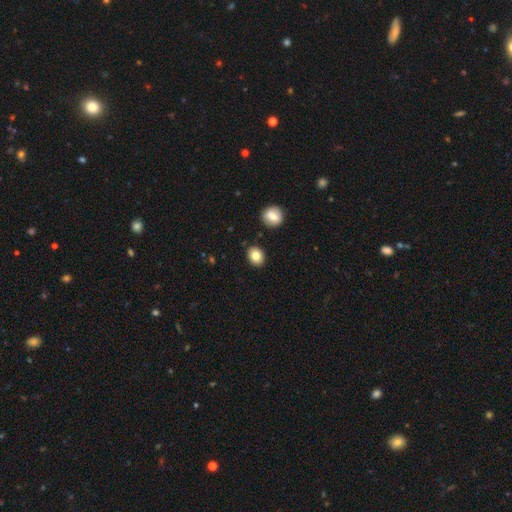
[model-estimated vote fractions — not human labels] smooth 81%, featured or disk 10%, star or artifact 9%. Down the decision tree: how rounded — round (56%); merging — none (87%).